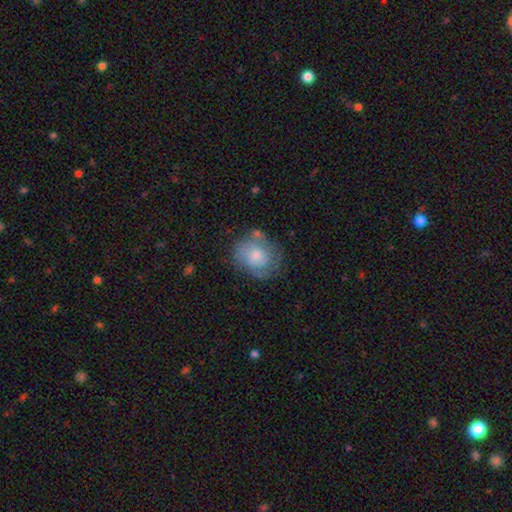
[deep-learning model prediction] Q: Smooth or featured?
A: smooth (47%); runner-up: featured or disk (46%)
Q: Merging?
A: none (59%); runner-up: minor disturbance (24%)